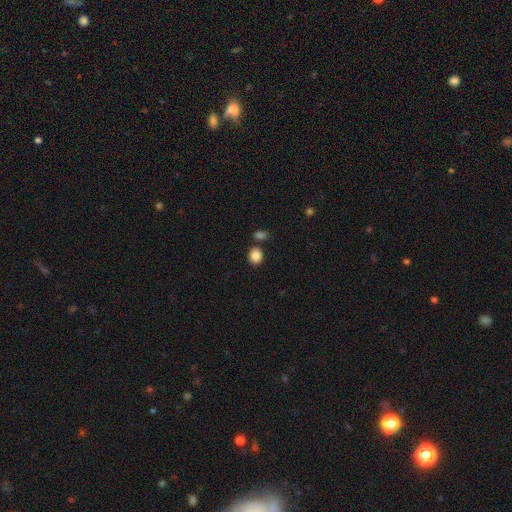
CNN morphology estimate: Smooth or featured? smooth (86%)
How rounded? round (56%)
Merging? none (75%)